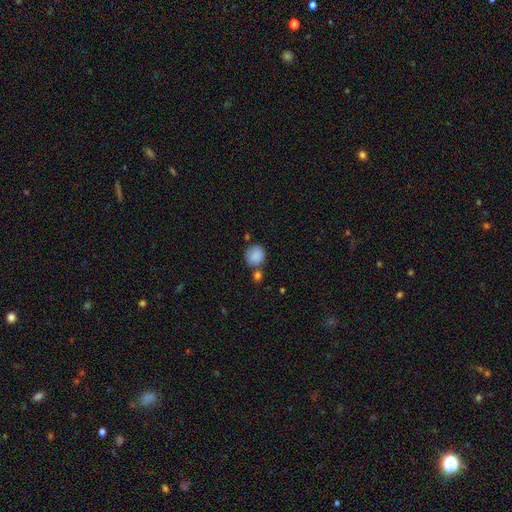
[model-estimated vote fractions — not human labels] Smooth or featured? smooth (87%)
How rounded? round (83%)
Merging? none (66%)